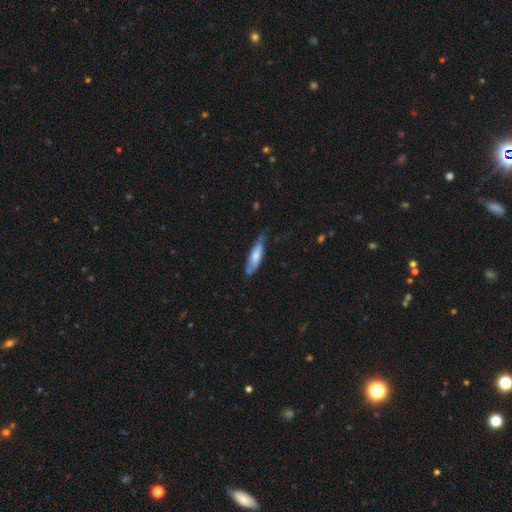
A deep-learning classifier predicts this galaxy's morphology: The model was most divided on "merging": none: 52%, minor disturbance: 32%, major disturbance: 8%, merger: 7%. More confident: smooth or featured — smooth (65%); how rounded — cigar-shaped (60%).